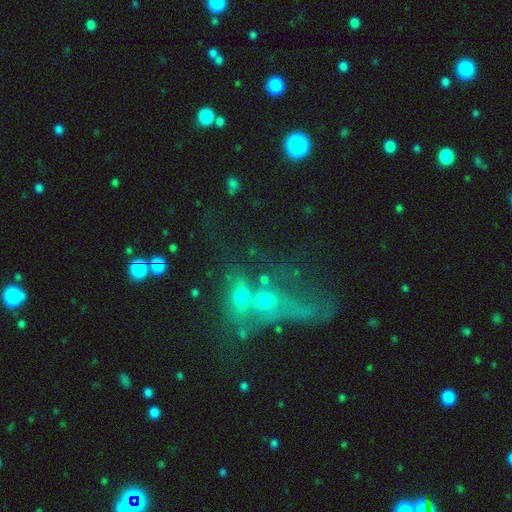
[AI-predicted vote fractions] The model was most divided on "smooth or featured": star or artifact: 46%, smooth: 31%, featured or disk: 23%.